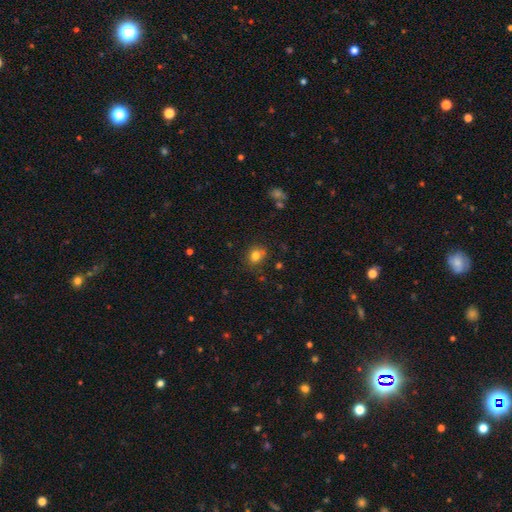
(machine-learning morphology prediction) Smooth or featured? smooth (80%)
How rounded? round (65%)
Merging? none (73%)